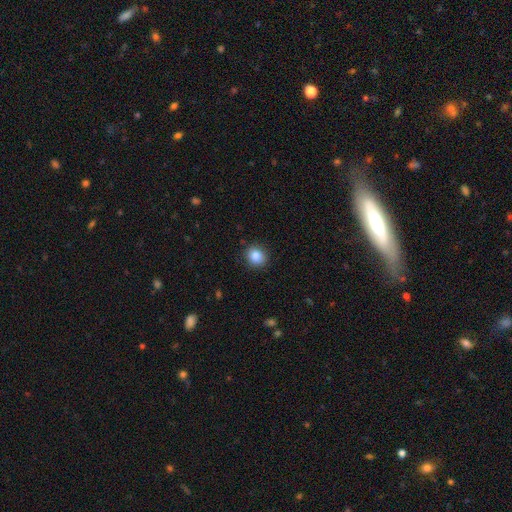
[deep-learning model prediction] smooth-or-featured: smooth: 86% | star or artifact: 9% | featured or disk: 4%
  how-rounded: round: 81% | in between: 18% | cigar-shaped: 1%
  merging: none: 88% | minor disturbance: 9% | major disturbance: 2% | merger: 1%